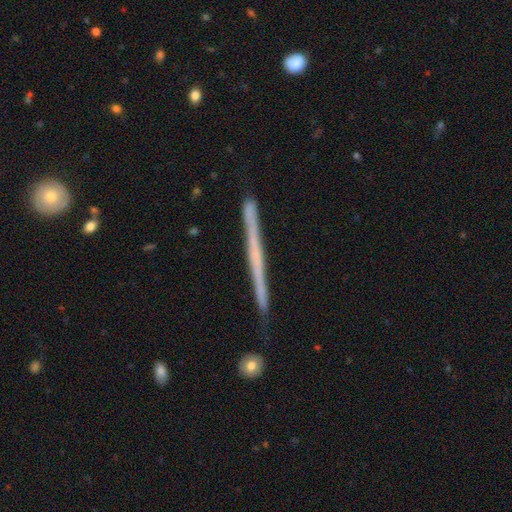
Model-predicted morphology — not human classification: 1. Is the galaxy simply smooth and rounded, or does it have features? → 63% featured or disk, 31% smooth, 6% star or artifact.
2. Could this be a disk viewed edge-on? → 98% yes, 2% no.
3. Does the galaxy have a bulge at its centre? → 84% none, 12% rounded, 4% boxy.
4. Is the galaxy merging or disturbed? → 89% none, 8% minor disturbance, 2% merger, 1% major disturbance.